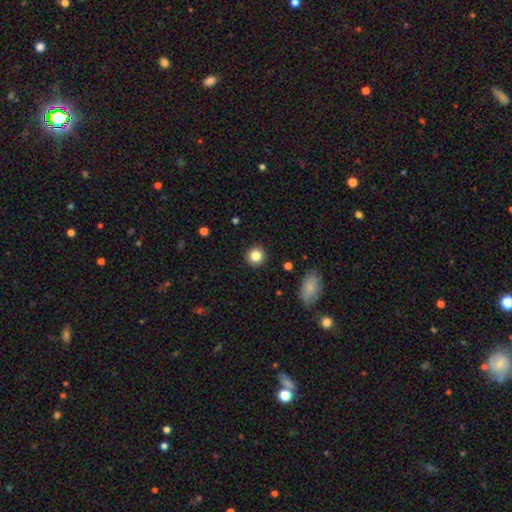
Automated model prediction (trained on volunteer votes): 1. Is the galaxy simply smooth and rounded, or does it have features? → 83% smooth, 10% star or artifact, 6% featured or disk.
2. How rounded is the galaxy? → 93% round, 6% in between, 1% cigar-shaped.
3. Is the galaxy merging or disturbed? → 92% none, 5% minor disturbance, 2% major disturbance, 1% merger.